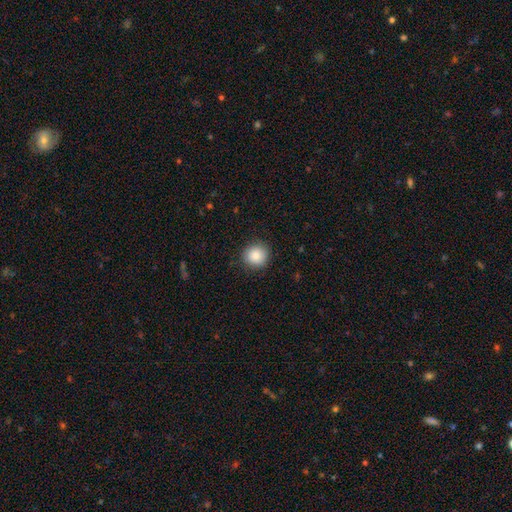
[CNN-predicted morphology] Smooth or featured? smooth (85%)
How rounded? round (92%)
Merging? none (88%)